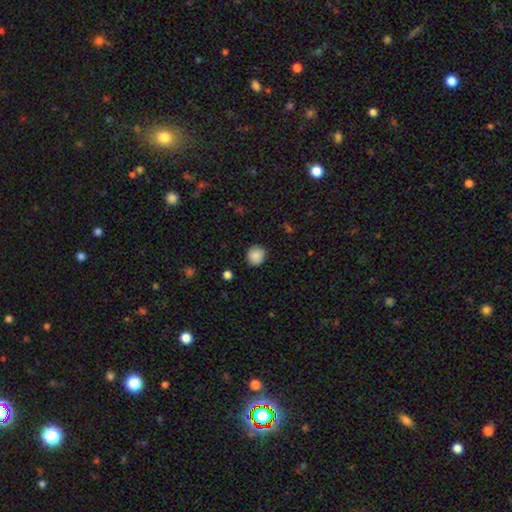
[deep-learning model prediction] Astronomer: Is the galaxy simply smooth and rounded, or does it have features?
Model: smooth — 88%.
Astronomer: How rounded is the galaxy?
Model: round — 86%.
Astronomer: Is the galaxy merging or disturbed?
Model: none — 88%.